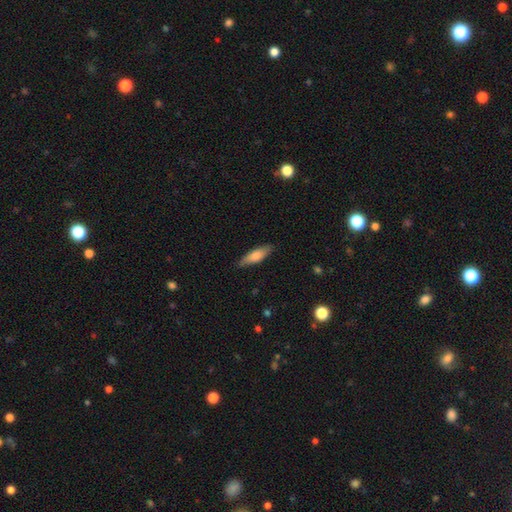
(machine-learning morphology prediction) Overall: smooth (72%). How rounded: cigar-shaped (55%; in between 43%). Merging: none (84%).